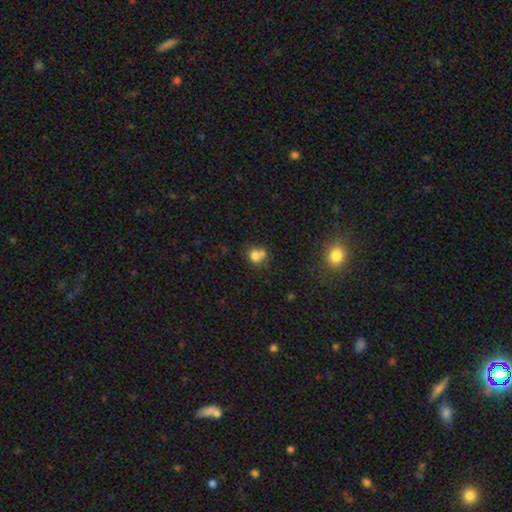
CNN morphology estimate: Smooth or featured? Predicted: smooth (p=0.73). How rounded? Predicted: round (p=0.69). Merging? Predicted: merger (p=0.47).